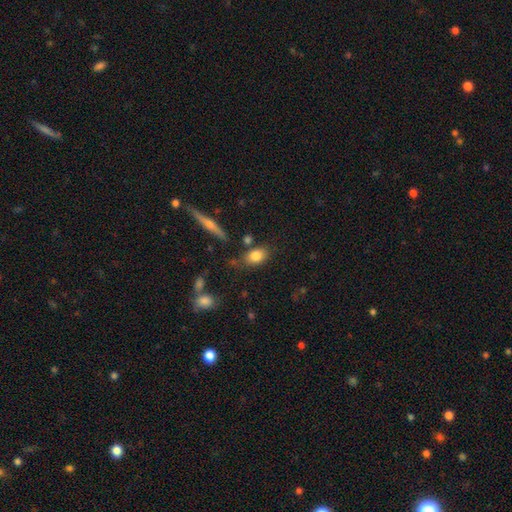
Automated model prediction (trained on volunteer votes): Smooth or featured?
  - smooth: 81% *
  - featured or disk: 11%
  - star or artifact: 8%
How rounded?
  - in between: 79% *
  - round: 17%
  - cigar-shaped: 4%
Merging?
  - none: 73% *
  - minor disturbance: 15%
  - merger: 7%
  - major disturbance: 4%